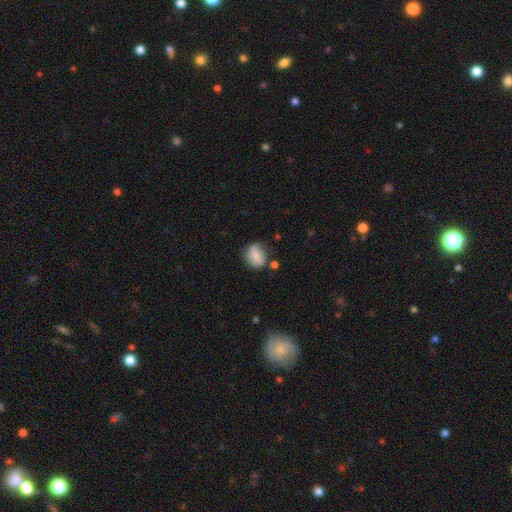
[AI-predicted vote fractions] The model was most divided on "how rounded": in between: 49%, round: 48%, cigar-shaped: 2%. More confident: merging — none (65%); smooth or featured — smooth (64%).